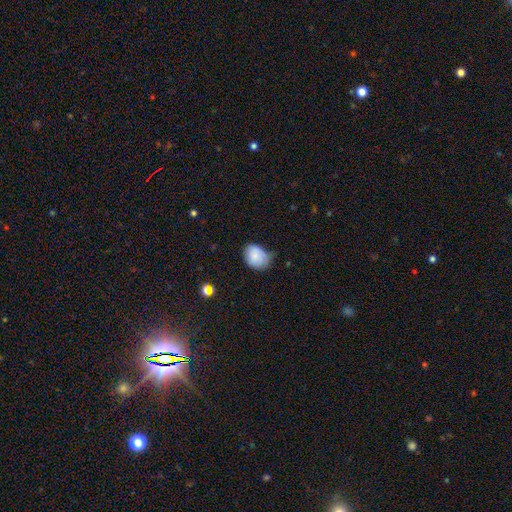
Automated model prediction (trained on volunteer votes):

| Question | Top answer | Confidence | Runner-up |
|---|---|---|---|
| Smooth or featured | smooth | 82% | featured or disk (10%) |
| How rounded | in between | 52% | round (47%) |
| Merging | none | 46% | minor disturbance (42%) |